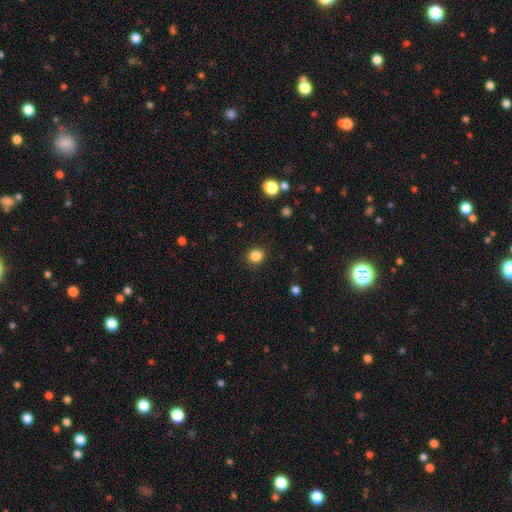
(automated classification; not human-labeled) smooth-or-featured: smooth: 85% | star or artifact: 11% | featured or disk: 4%
  how-rounded: round: 84% | in between: 15% | cigar-shaped: 1%
  merging: none: 89% | minor disturbance: 7% | major disturbance: 3% | merger: 1%